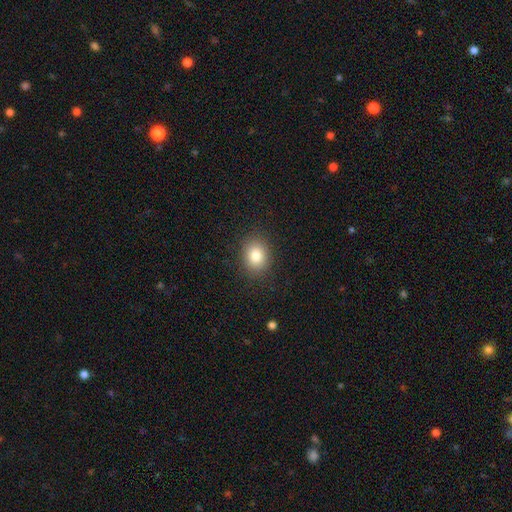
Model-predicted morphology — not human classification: Smooth or featured? smooth (83%)
How rounded? round (51%)
Merging? none (87%)